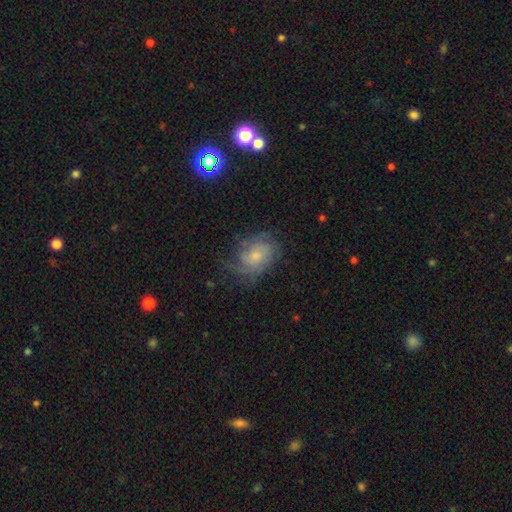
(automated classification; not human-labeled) Q: Smooth or featured?
A: featured or disk (54%); runner-up: smooth (36%)
Q: Edge-on disk?
A: no (96%); runner-up: yes (4%)
Q: Bar?
A: no (78%); runner-up: weak (19%)
Q: Spiral arms?
A: yes (80%); runner-up: no (20%)
Q: Bulge size?
A: small (50%); runner-up: moderate (38%)
Q: Merging?
A: none (60%); runner-up: minor disturbance (24%)